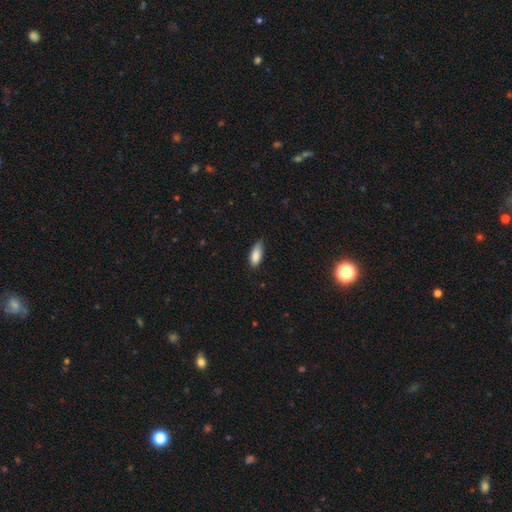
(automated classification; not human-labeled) Smooth or featured?
  - smooth: 87% *
  - star or artifact: 7%
  - featured or disk: 6%
How rounded?
  - in between: 82% *
  - cigar-shaped: 16%
  - round: 2%
Merging?
  - none: 72% *
  - minor disturbance: 24%
  - major disturbance: 3%
  - merger: 1%